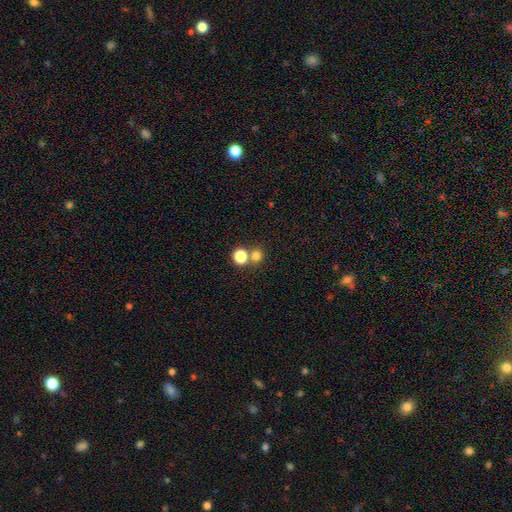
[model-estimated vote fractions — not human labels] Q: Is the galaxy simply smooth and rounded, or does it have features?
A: smooth — 77%.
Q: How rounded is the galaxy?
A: round — 84%.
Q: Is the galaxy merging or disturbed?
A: none — 60%.